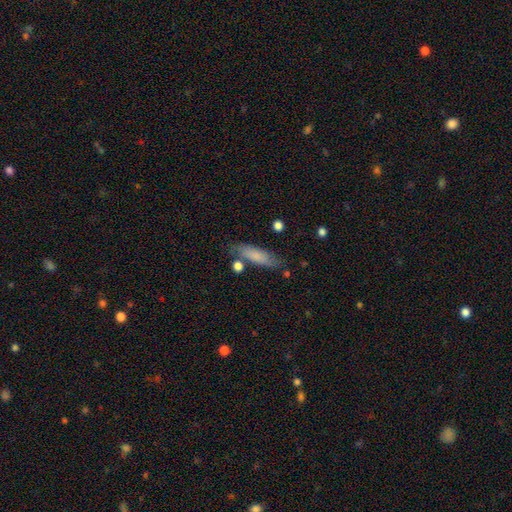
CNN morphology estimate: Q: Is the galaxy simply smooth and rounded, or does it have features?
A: smooth — 76%.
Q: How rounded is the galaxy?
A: cigar-shaped — 60%.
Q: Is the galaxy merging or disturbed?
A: none — 74%.